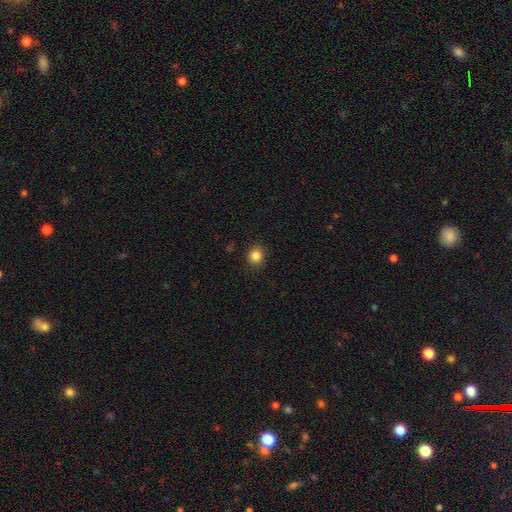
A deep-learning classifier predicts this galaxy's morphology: Smooth or featured?
  - smooth: 85% *
  - star or artifact: 11%
  - featured or disk: 4%
How rounded?
  - round: 84% *
  - in between: 15%
  - cigar-shaped: 1%
Merging?
  - none: 90% *
  - minor disturbance: 7%
  - major disturbance: 2%
  - merger: 1%